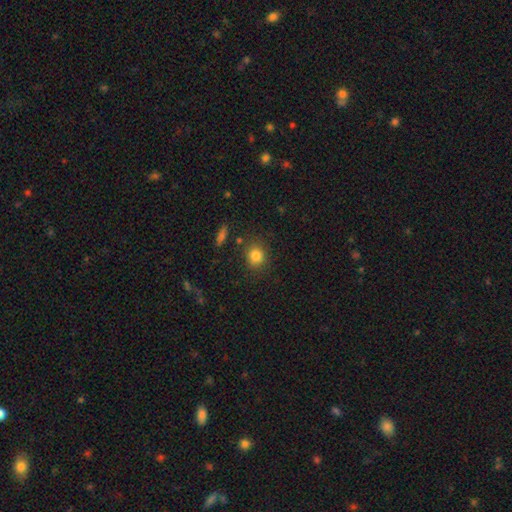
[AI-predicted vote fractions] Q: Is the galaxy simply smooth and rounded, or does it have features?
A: smooth — 82%.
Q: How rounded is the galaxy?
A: round — 76%.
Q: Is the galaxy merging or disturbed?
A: none — 81%.